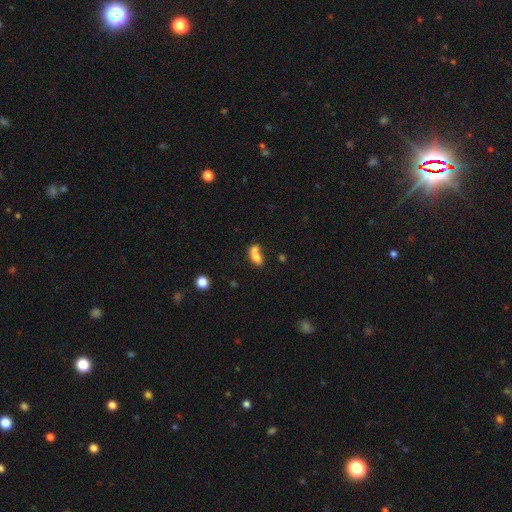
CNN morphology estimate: The model was most divided on "merging": merger: 64%, none: 23%, minor disturbance: 8%, major disturbance: 5%. More confident: how rounded — in between (75%); smooth or featured — smooth (73%).